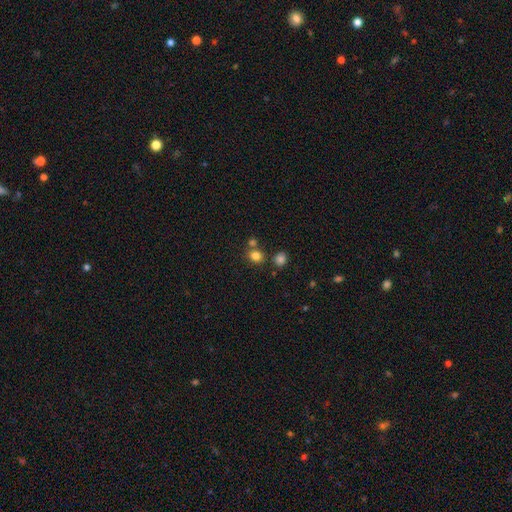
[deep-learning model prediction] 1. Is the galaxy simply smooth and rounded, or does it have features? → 80% smooth, 14% star or artifact, 6% featured or disk.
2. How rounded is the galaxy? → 77% round, 22% in between, 1% cigar-shaped.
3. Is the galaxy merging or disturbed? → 69% none, 19% merger, 9% minor disturbance, 3% major disturbance.